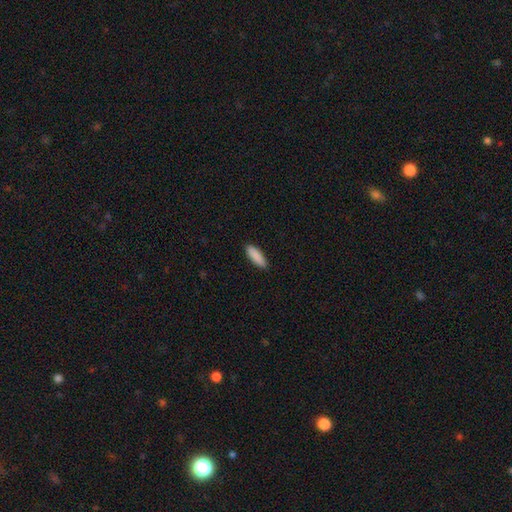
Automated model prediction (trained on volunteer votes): Smooth or featured?
  - smooth: 90% *
  - star or artifact: 6%
  - featured or disk: 5%
How rounded?
  - cigar-shaped: 51% *
  - in between: 48%
  - round: 2%
Merging?
  - none: 90% *
  - minor disturbance: 8%
  - major disturbance: 2%
  - merger: 1%